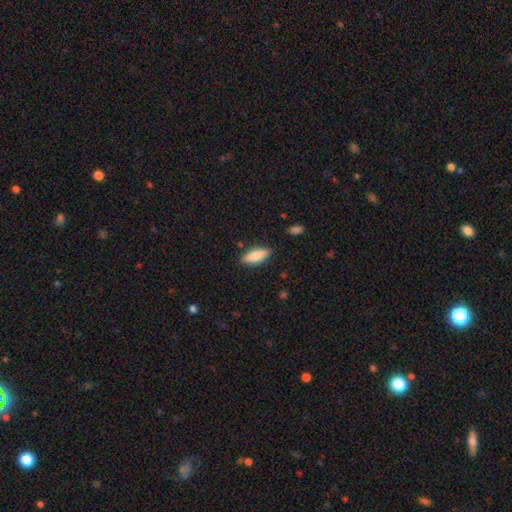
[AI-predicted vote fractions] This is clearly a smooth galaxy (84%). How rounded: likely in between (67%). Merging: clearly none (84%).